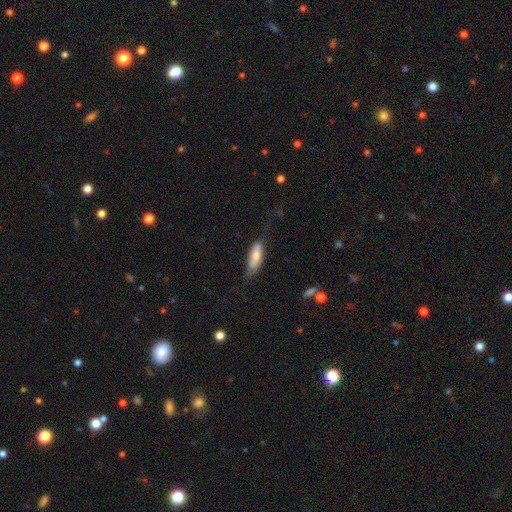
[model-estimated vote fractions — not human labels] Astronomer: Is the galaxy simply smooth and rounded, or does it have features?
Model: smooth — 65%.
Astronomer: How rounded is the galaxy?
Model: in between — 65%.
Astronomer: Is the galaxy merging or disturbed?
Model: none — 46% (runner-up: minor disturbance, 33%).